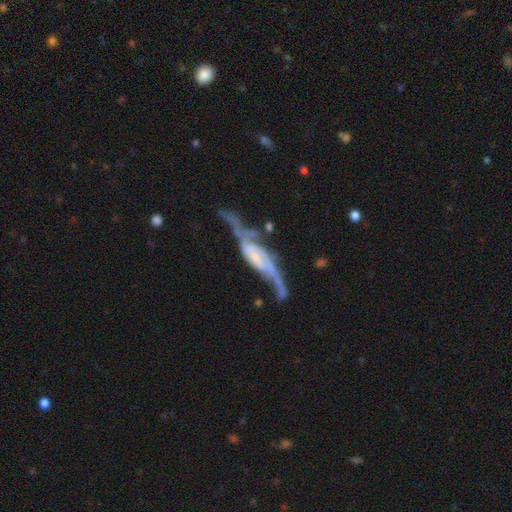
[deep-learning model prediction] The model was most divided on "bar": no: 40%, weak: 35%, strong: 25%. Remaining: spiral arms — yes (89%); smooth or featured — featured or disk (84%); spiral arm count — 2 (81%); edge-on disk — no (70%); bulge size — small (52%); spiral winding — loose (46%); merging — none (41%).